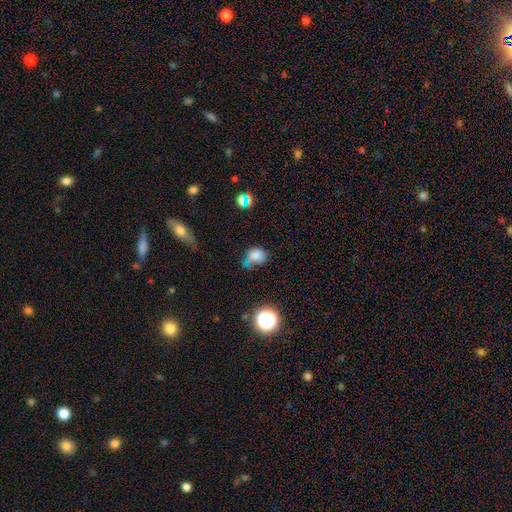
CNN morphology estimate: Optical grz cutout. It shows a smooth galaxy with no disk features (77%) that is round (54%). Merging: none (49%).